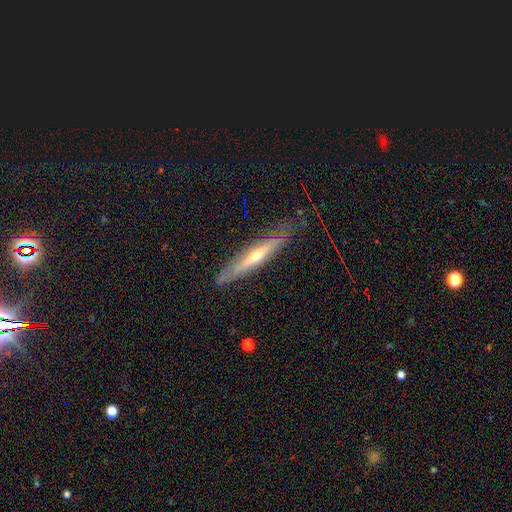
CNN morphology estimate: Overall: featured or disk (62%; smooth 32%). Edge-on disk: yes (84%). Edge-on bulge: rounded (69%). Merging: none (77%).